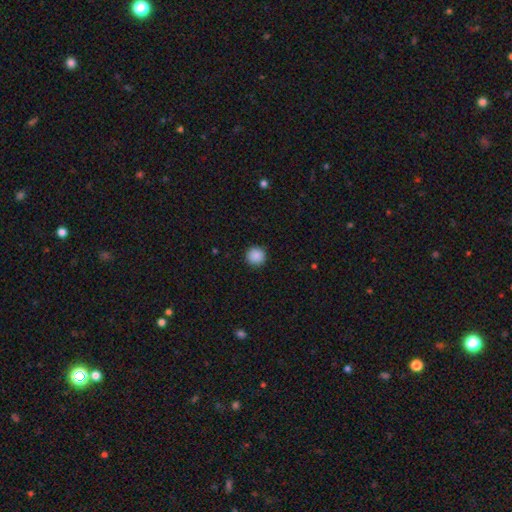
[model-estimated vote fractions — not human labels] A smooth galaxy with no disk features (89%) that is round (95%).

Vote fractions:
- Smooth or featured? smooth: 89% / star or artifact: 9% / featured or disk: 3%
- How rounded? round: 95% / in between: 4% / cigar-shaped: 1%
- Merging? none: 92% / minor disturbance: 5% / major disturbance: 2% / merger: 1%